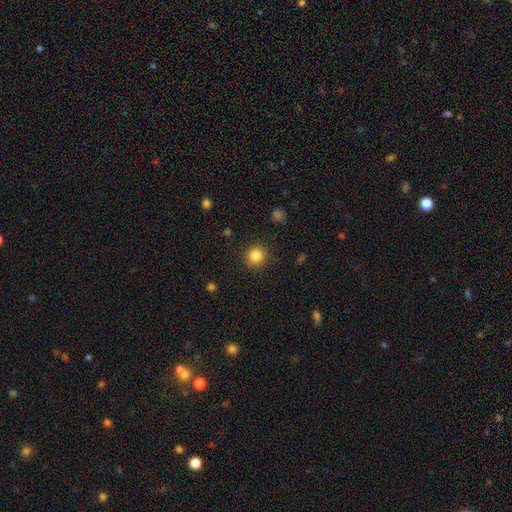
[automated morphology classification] Overall: smooth (84%). How rounded: round (93%). Merging: none (89%).